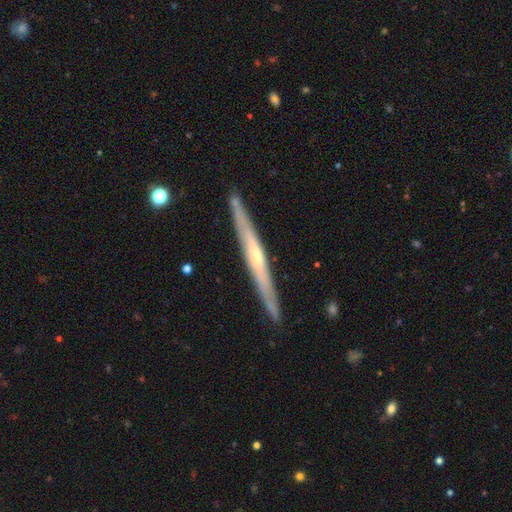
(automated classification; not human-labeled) This appears to be a featured or disk galaxy (69%) viewed edge-on (95%) with a rounded central bulge (50%). Merging: none (88%).